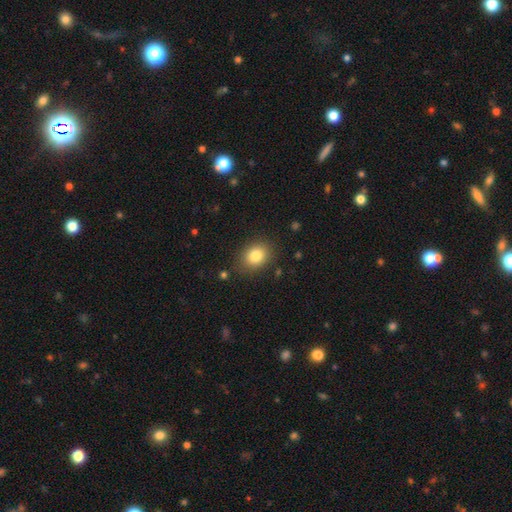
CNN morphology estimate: Smooth or featured: smooth — 82% (star or artifact — 10%)
How rounded: in between — 53% (round — 46%)
Merging: none — 84% (minor disturbance — 11%)